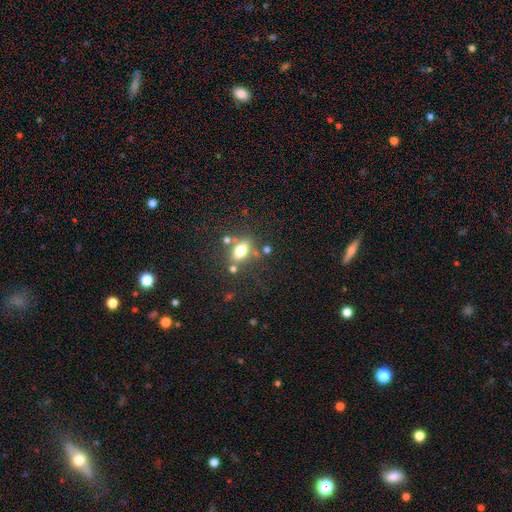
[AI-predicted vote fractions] Q: Smooth or featured?
A: star or artifact (47%); runner-up: smooth (40%)